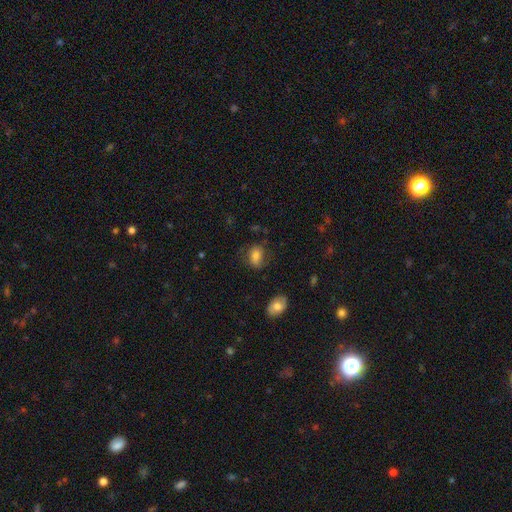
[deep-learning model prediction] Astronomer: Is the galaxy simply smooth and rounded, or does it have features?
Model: smooth — 68%.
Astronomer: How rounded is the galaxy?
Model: in between — 65%.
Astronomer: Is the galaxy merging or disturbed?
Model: none — 60%.